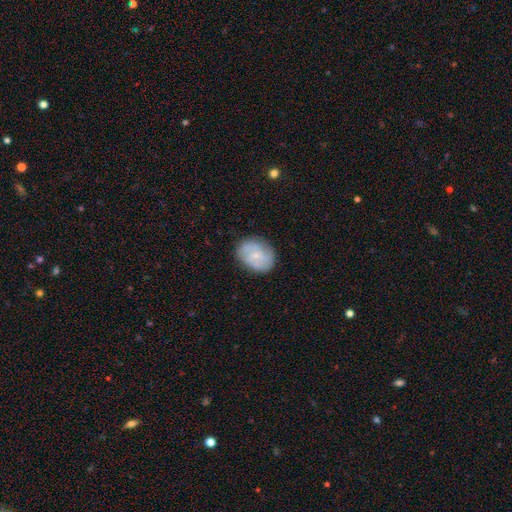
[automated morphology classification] smooth_or_featured: featured or disk (p=0.50) [alt: smooth p=0.44]
merging: none (p=0.80) [alt: minor disturbance p=0.15]